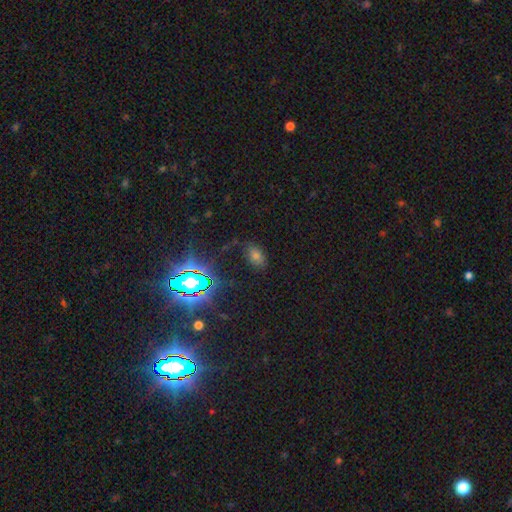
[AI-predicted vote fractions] A smooth galaxy with no disk features (46%).

Vote fractions:
- Smooth or featured? smooth: 46% / star or artifact: 43% / featured or disk: 11%
- Merging? none: 77% / minor disturbance: 15% / major disturbance: 6% / merger: 3%